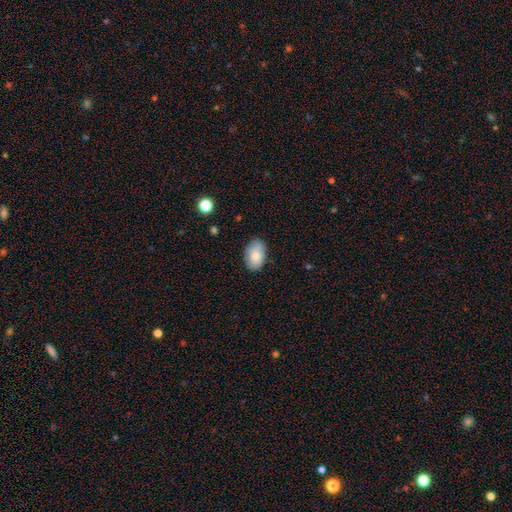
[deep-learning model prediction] This appears to be a smooth galaxy with no disk features (82%) that is in between round and cigar-shaped (89%). Merging: none (79%).